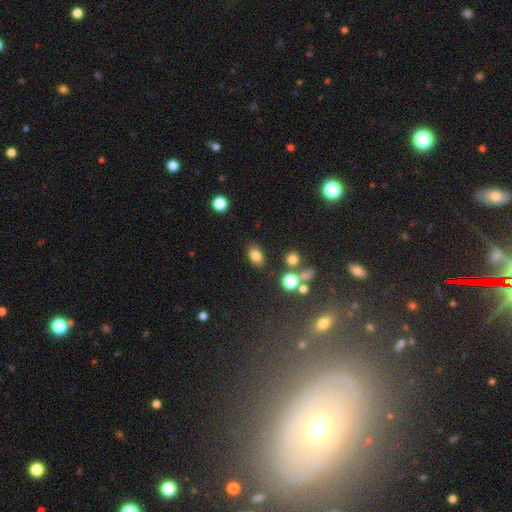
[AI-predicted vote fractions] Morphology: type=smooth (79%); roundness=in between (85%); merging=none (81%).